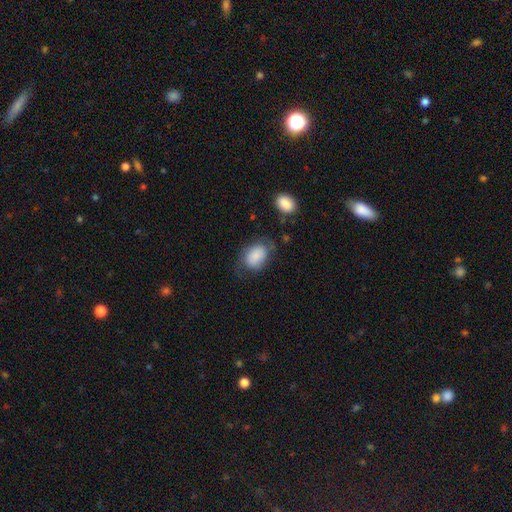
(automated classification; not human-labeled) Q: Smooth or featured?
A: smooth (83%); runner-up: featured or disk (10%)
Q: How rounded?
A: in between (79%); runner-up: round (20%)
Q: Merging?
A: none (56%); runner-up: minor disturbance (28%)